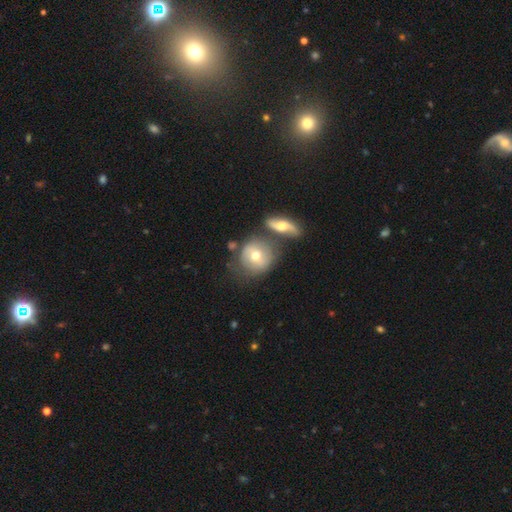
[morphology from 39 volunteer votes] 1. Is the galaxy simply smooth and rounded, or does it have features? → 51% smooth, 41% featured or disk, 8% star or artifact.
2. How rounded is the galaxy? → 80% round, 20% in between, 0% cigar-shaped.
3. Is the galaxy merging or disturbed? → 56% none, 25% merger, 14% minor disturbance, 6% major disturbance.